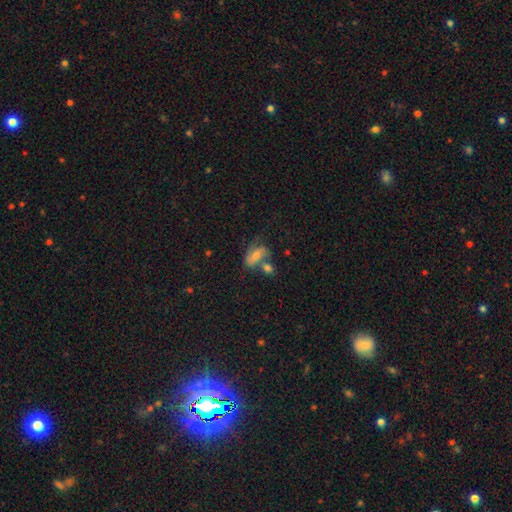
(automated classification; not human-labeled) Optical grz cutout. It shows a smooth galaxy with no disk features (45%). Merging: merger (36%).